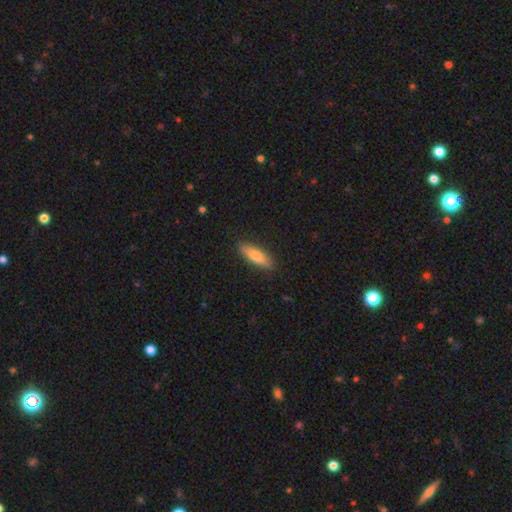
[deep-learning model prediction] The model was most divided on "how rounded": cigar-shaped: 60%, in between: 38%, round: 2%. More confident: merging — none (89%); smooth or featured — smooth (73%).